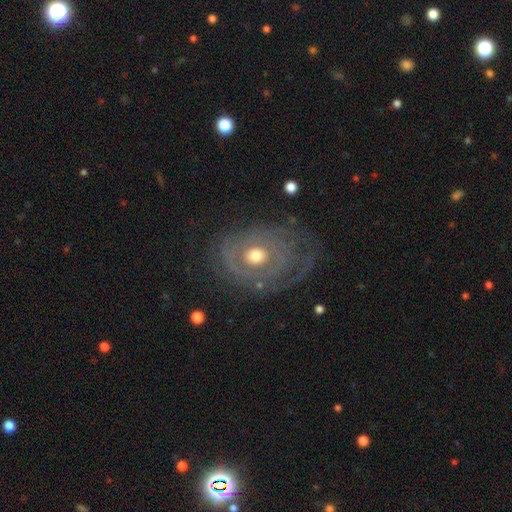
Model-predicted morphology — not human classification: Overall: featured or disk (76%). Edge-on disk: no (96%). Bar: no (86%). Spiral arms: yes (66%; no 34%). Bulge size: moderate (69%). Merging: none (67%).